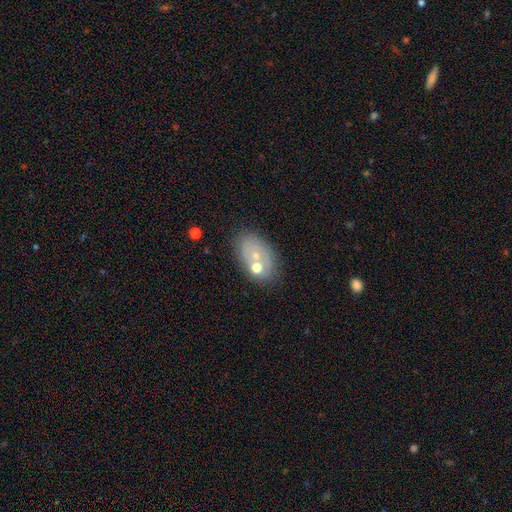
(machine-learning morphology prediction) Smooth or featured?
  - smooth: 49% *
  - featured or disk: 38%
  - star or artifact: 13%
Merging?
  - none: 63% *
  - merger: 16%
  - minor disturbance: 15%
  - major disturbance: 6%